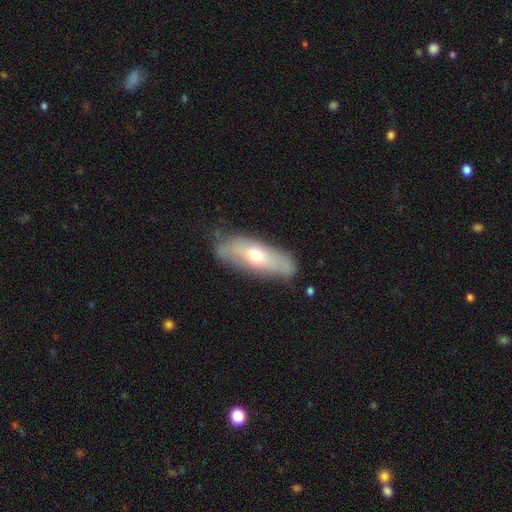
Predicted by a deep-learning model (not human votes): Smooth or featured? Predicted: featured or disk (p=0.48). Merging? Predicted: none (p=0.70).